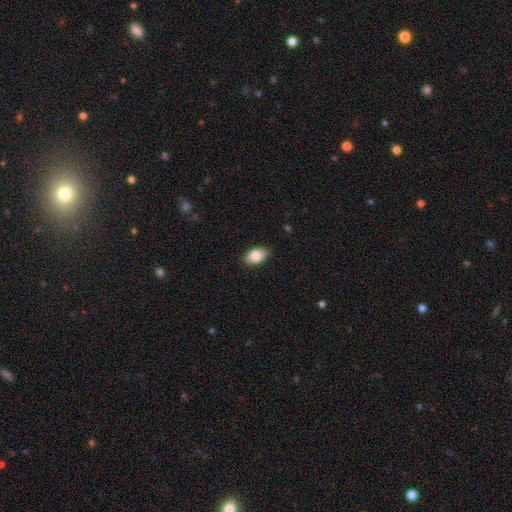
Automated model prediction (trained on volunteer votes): This is clearly a smooth galaxy (86%). How rounded: clearly in between (90%). Merging: clearly none (86%).